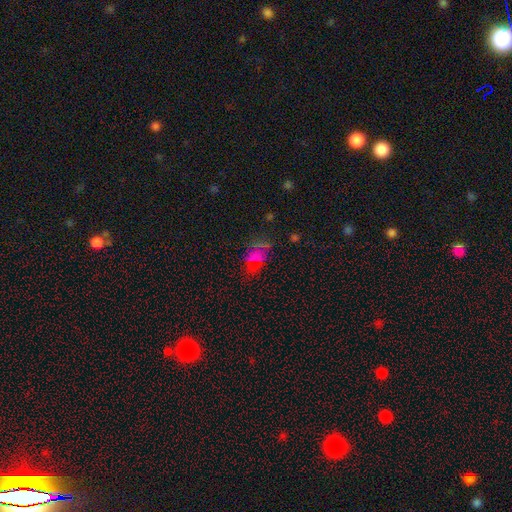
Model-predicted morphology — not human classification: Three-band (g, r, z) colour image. It shows a smooth galaxy with no disk features (53%) that is in between round and cigar-shaped (84%). Merging: none (70%).